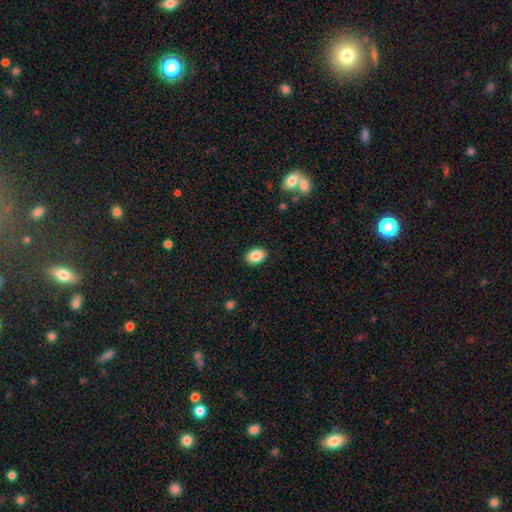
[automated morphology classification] This is clearly a smooth galaxy (88%). How rounded: clearly in between (81%). Merging: clearly none (90%).